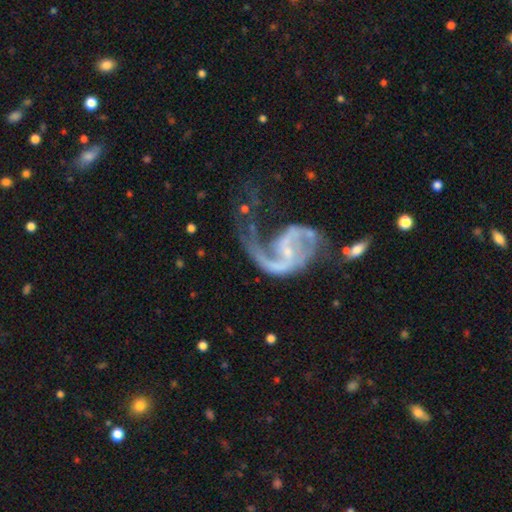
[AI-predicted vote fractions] Smooth or featured? featured or disk (86%)
Edge-on disk? no (97%)
Bar? no (47%)
Spiral arms? yes (92%)
Spiral winding? loose (53%)
Spiral arm count? 2 (61%)
Bulge size? small (57%)
Merging? major disturbance (43%)